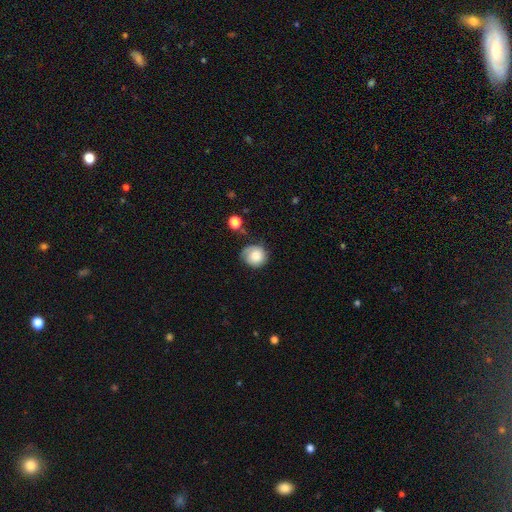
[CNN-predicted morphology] type=smooth (70%); roundness=round (81%); merging=none (52%).